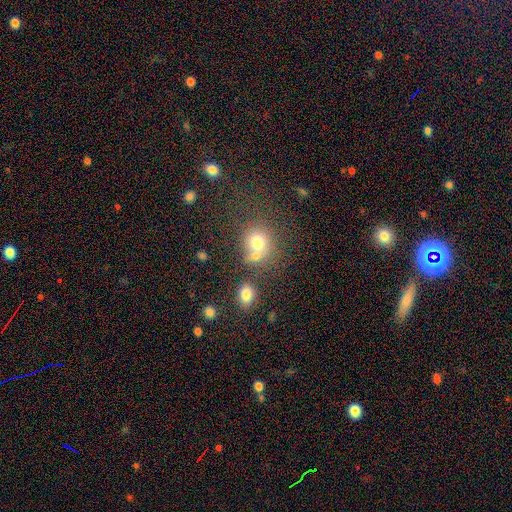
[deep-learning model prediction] Smooth or featured? smooth (73%)
How rounded? round (71%)
Merging? merger (44%)